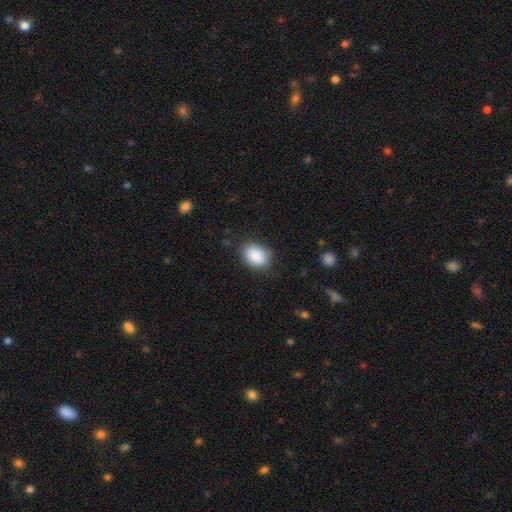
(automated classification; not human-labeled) A smooth galaxy with no disk features (87%) that is in between round and cigar-shaped (67%). Merging: none (81%).